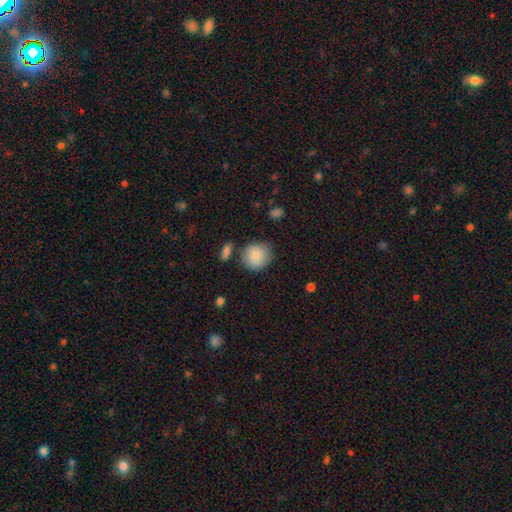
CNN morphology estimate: This appears to be a smooth galaxy with no disk features (86%) that is round (85%). Merging: none (73%).